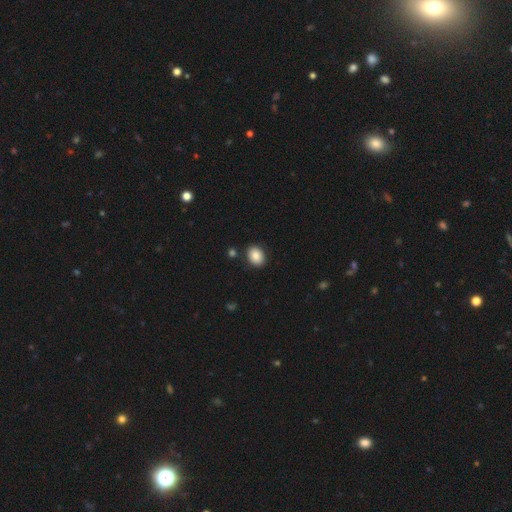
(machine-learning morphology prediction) Smooth or featured? smooth (86%)
How rounded? in between (61%)
Merging? none (87%)